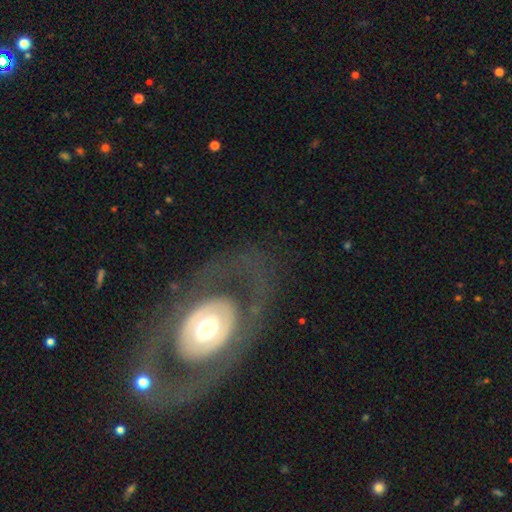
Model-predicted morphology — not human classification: Overall: featured or disk (69%). Edge-on disk: no (93%). Bar: no (81%). Spiral arms: no (64%; yes 36%). Bulge size: moderate (49%; large 30%). Merging: none (78%).